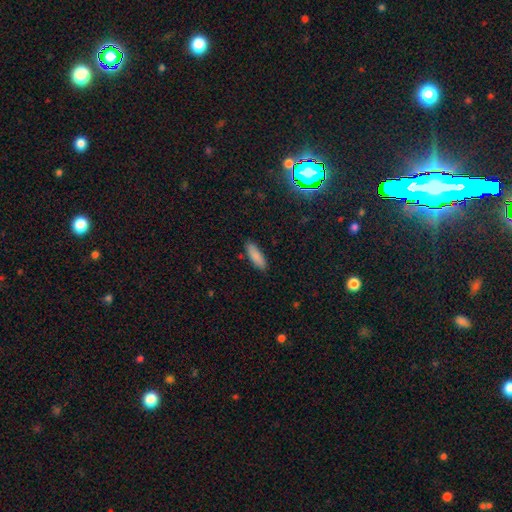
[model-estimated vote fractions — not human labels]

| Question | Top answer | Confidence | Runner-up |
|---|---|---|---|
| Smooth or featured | smooth | 86% | featured or disk (7%) |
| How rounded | in between | 55% | cigar-shaped (43%) |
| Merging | none | 87% | minor disturbance (9%) |